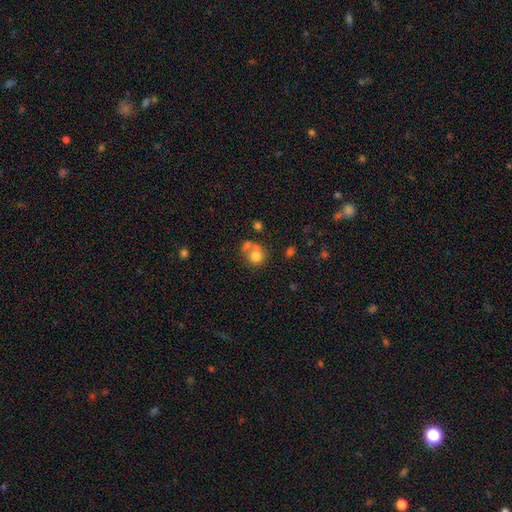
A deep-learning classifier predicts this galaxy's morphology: type=smooth (71%); roundness=round (78%); merging=merger (42%).